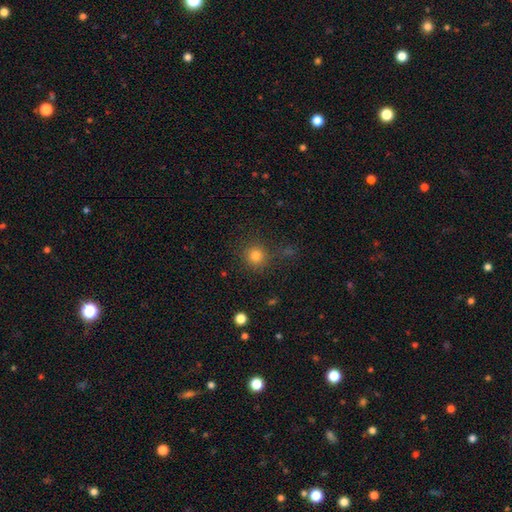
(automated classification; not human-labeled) Q: Smooth or featured?
A: smooth (80%); runner-up: star or artifact (14%)
Q: How rounded?
A: round (93%); runner-up: in between (6%)
Q: Merging?
A: none (83%); runner-up: minor disturbance (9%)